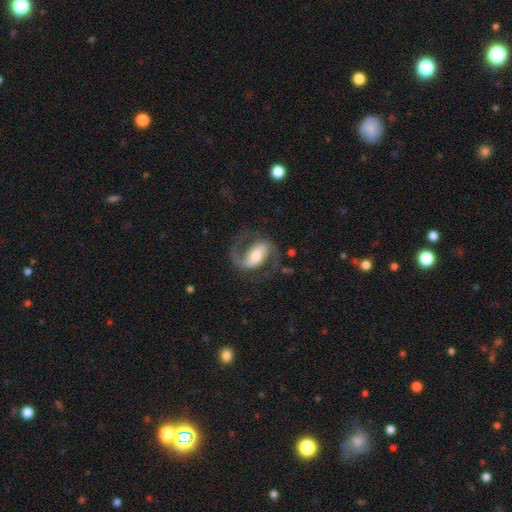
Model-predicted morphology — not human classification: A featured or disk galaxy (87%) with a strong bar (51%), 2 (89%) medium (55%) spiral arms (95%) and a moderate central bulge (62%).

Vote fractions:
- Smooth or featured? featured or disk: 87% / smooth: 9% / star or artifact: 5%
- Edge-on disk? no: 97% / yes: 3%
- Bar? strong: 51% / weak: 31% / no: 17%
- Spiral arms? yes: 95% / no: 5%
- Spiral winding? medium: 55% / loose: 29% / tight: 16%
- Spiral arm count? 2: 89% / 1: 6% / can't tell: 2% / 3: 1% / 4: 1% / more than 4: 1%
- Bulge size? moderate: 62% / small: 23% / large: 12% / dominant: 2% / none: 2%
- Merging? none: 72% / minor disturbance: 14% / major disturbance: 13% / merger: 2%